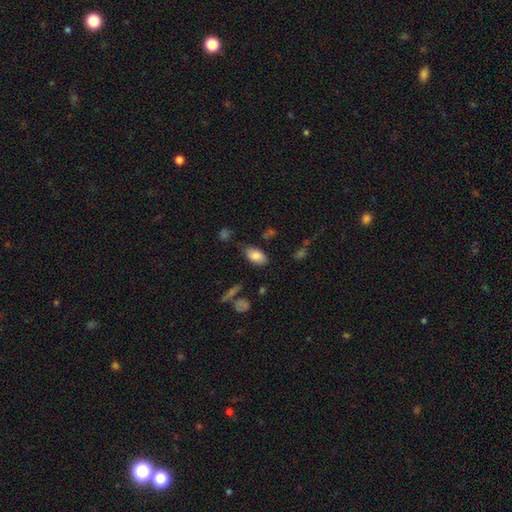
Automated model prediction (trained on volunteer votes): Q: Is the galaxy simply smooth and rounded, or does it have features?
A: smooth — 84%.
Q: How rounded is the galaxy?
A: in between — 94%.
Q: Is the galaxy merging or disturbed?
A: none — 77%.